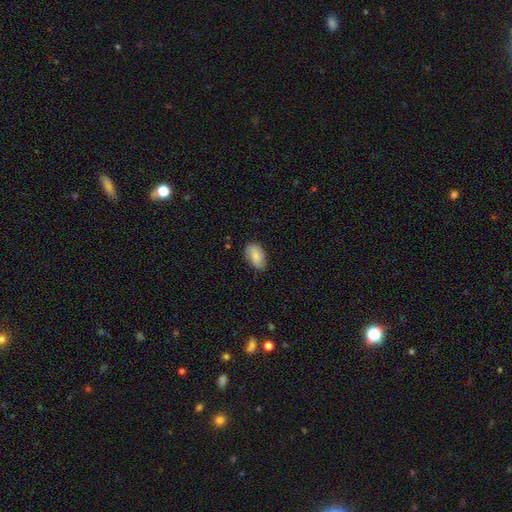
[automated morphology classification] This appears to be a smooth galaxy with no disk features (80%) that is in between round and cigar-shaped (92%). Merging: none (74%).